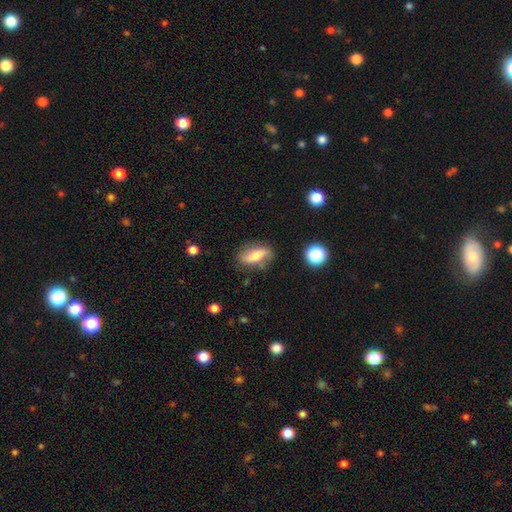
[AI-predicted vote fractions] This is possibly a smooth galaxy (49%). Merging: likely none (75%).